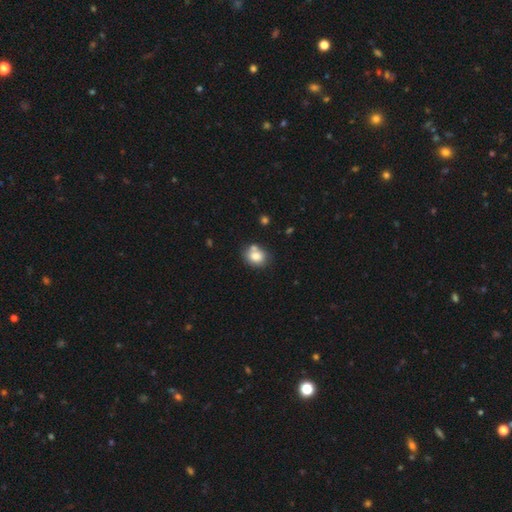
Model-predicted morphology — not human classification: A smooth galaxy with no disk features (80%) that is round (58%).

Vote fractions:
- Smooth or featured? smooth: 80% / featured or disk: 10% / star or artifact: 10%
- How rounded? round: 58% / in between: 41% / cigar-shaped: 1%
- Merging? none: 58% / merger: 23% / minor disturbance: 15% / major disturbance: 4%